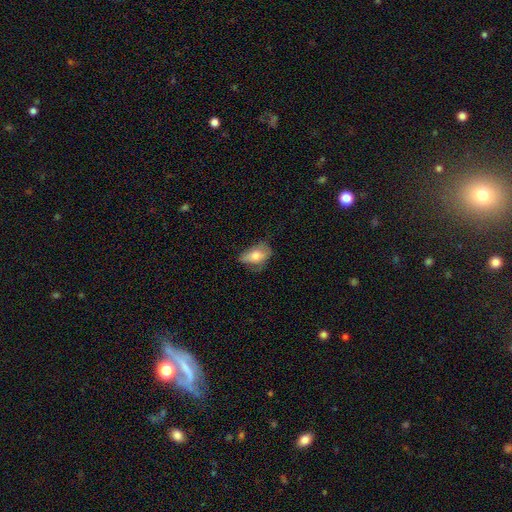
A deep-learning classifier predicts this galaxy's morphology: This appears to be a smooth galaxy with no disk features (69%) that is in between round and cigar-shaped (89%). Merging: none (46%).